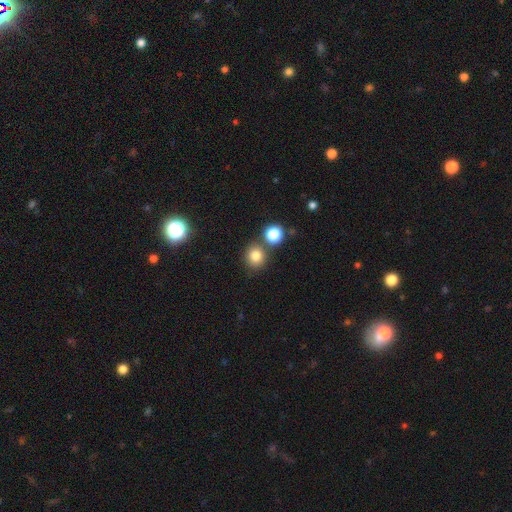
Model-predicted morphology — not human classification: A smooth galaxy with no disk features (80%) that is round (88%). Merging: none (73%).